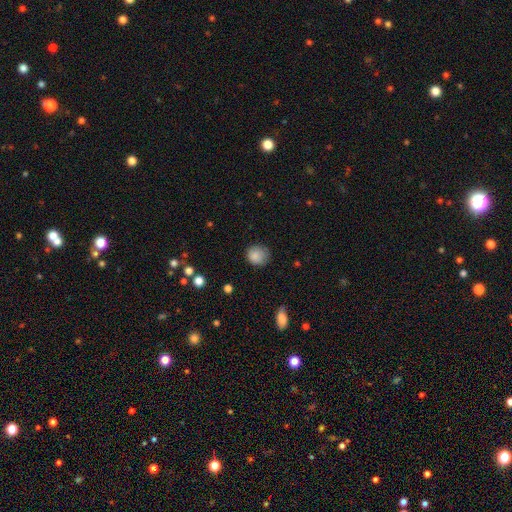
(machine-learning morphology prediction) This is clearly a smooth galaxy (86%). How rounded: clearly round (83%). Merging: likely none (74%).